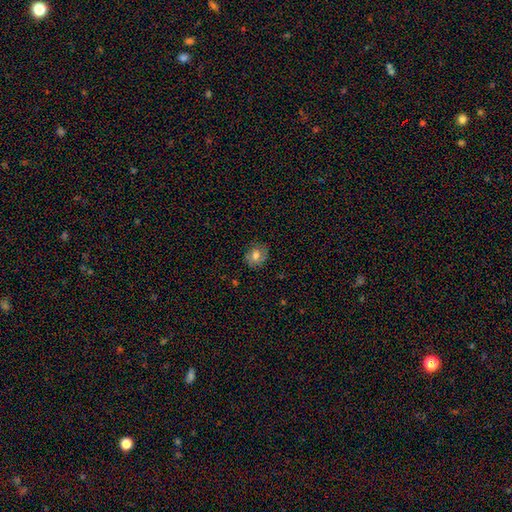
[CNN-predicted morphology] smooth_or_featured: smooth (p=0.71) [alt: featured or disk p=0.19]
how_rounded: round (p=0.70) [alt: in between p=0.29]
merging: none (p=0.80) [alt: minor disturbance p=0.15]